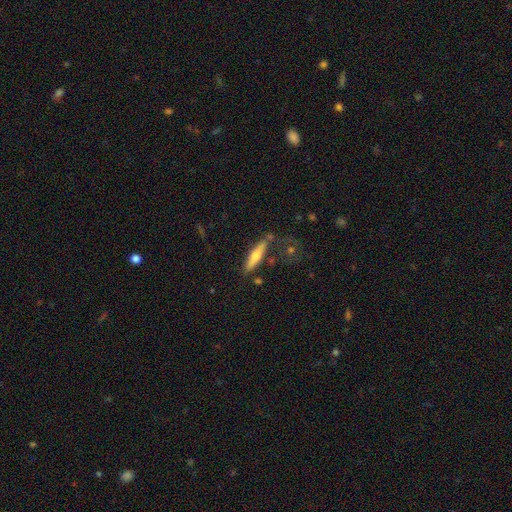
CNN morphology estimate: smooth_or_featured: smooth (p=0.51) [alt: featured or disk p=0.42]
how_rounded: cigar-shaped (p=0.80) [alt: in between p=0.18]
merging: none (p=0.73) [alt: minor disturbance p=0.16]